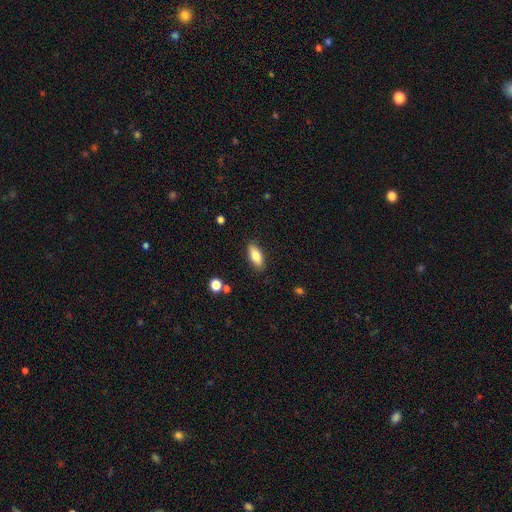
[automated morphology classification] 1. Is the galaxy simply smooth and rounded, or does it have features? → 80% smooth, 13% featured or disk, 7% star or artifact.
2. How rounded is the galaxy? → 78% in between, 20% cigar-shaped, 2% round.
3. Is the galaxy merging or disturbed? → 87% none, 9% minor disturbance, 2% major disturbance, 1% merger.